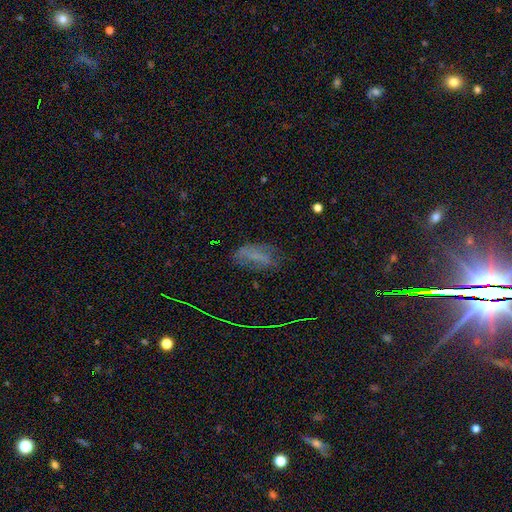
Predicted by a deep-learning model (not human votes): This appears to be a smooth galaxy with no disk features (46%). Merging: none (57%).